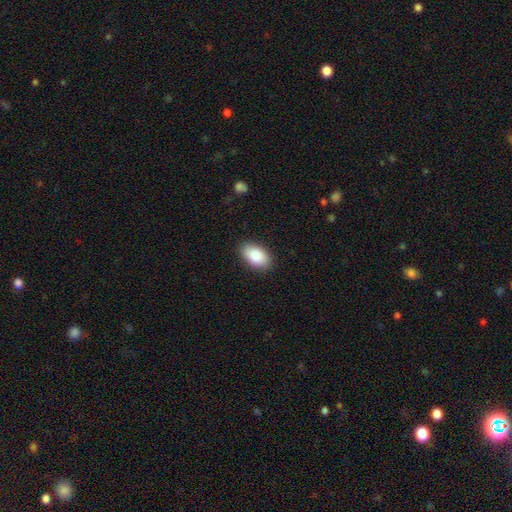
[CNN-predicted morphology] type=smooth (88%); roundness=in between (94%); merging=none (87%).